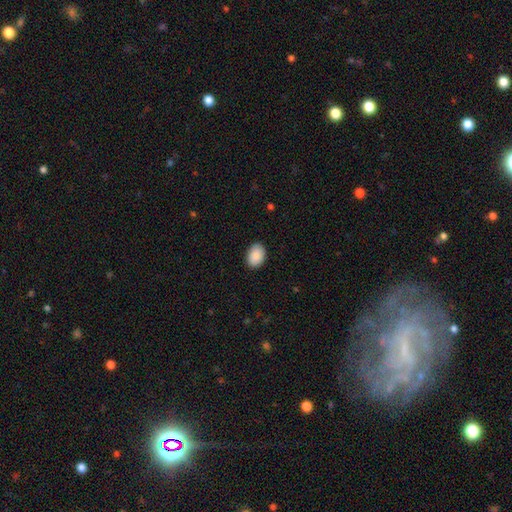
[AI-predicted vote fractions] smooth_or_featured: smooth (p=0.91) [alt: star or artifact p=0.06]
how_rounded: in between (p=0.85) [alt: round p=0.14]
merging: none (p=0.88) [alt: minor disturbance p=0.09]